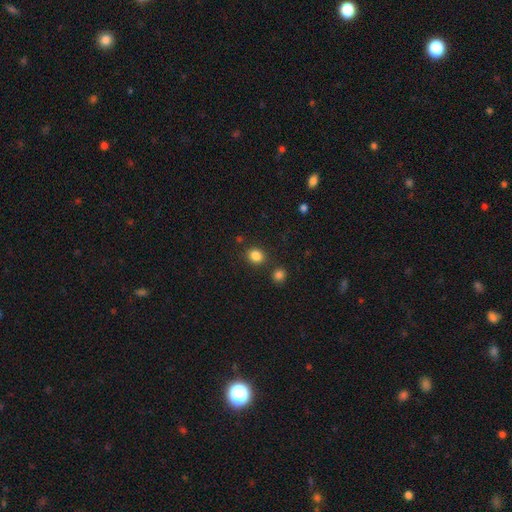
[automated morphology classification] Overall: smooth (85%). How rounded: round (70%). Merging: none (83%).